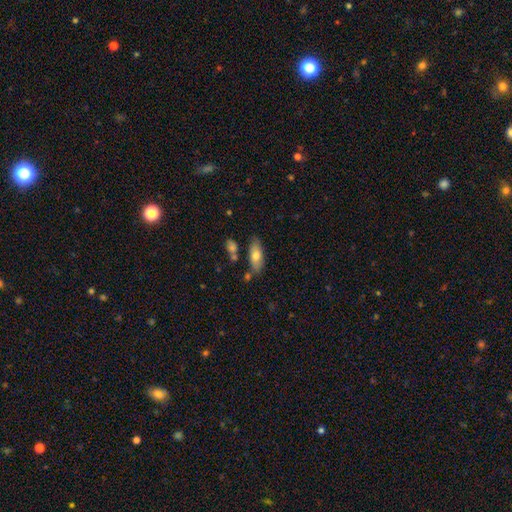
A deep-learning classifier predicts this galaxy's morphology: Q: Smooth or featured?
A: smooth (72%); runner-up: featured or disk (21%)
Q: How rounded?
A: in between (82%); runner-up: cigar-shaped (16%)
Q: Merging?
A: none (72%); runner-up: minor disturbance (16%)